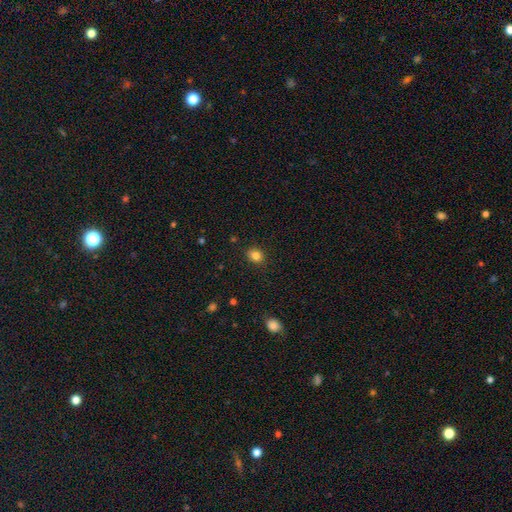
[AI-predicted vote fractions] This appears to be a smooth galaxy with no disk features (83%) that is round (59%). Merging: none (88%).